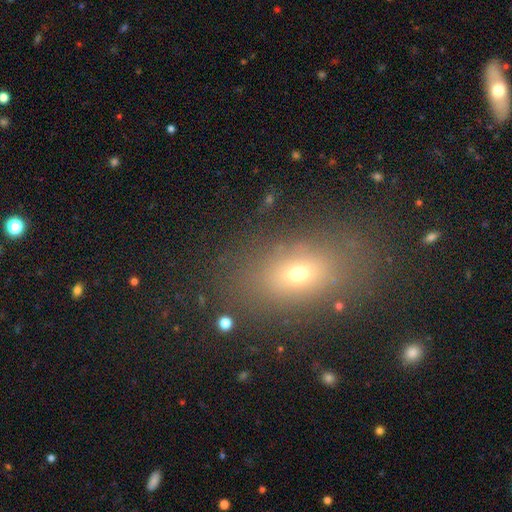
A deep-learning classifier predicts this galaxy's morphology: type=smooth (63%); roundness=in between (77%); merging=none (83%).